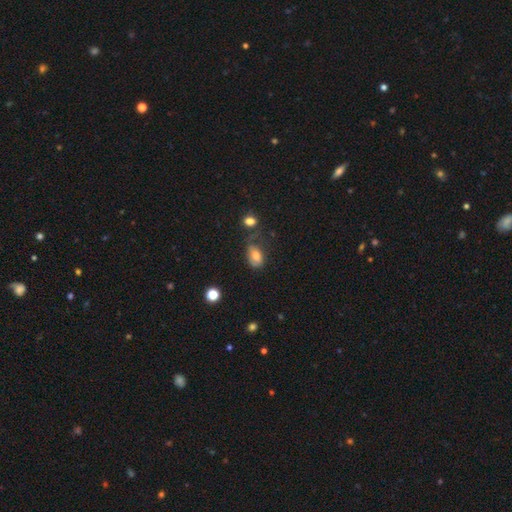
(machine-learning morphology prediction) smooth-or-featured: smooth: 69% | featured or disk: 22% | star or artifact: 9%
  how-rounded: in between: 87% | round: 11% | cigar-shaped: 2%
  merging: none: 37% | minor disturbance: 33% | major disturbance: 23% | merger: 7%